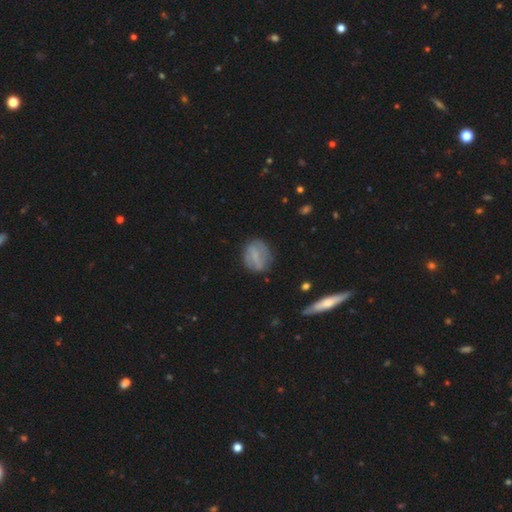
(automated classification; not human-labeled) Smooth or featured?
  - featured or disk: 49% *
  - smooth: 43%
  - star or artifact: 8%
Merging?
  - none: 74% *
  - minor disturbance: 18%
  - major disturbance: 7%
  - merger: 2%